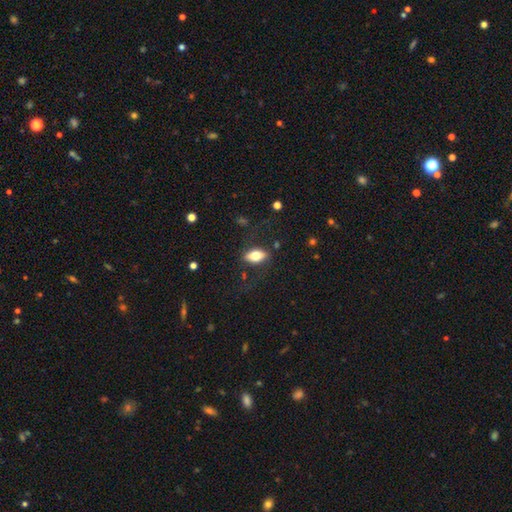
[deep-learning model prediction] smooth 67%, featured or disk 26%, star or artifact 7%. Down the decision tree: how rounded — in between (84%); merging — none (77%).